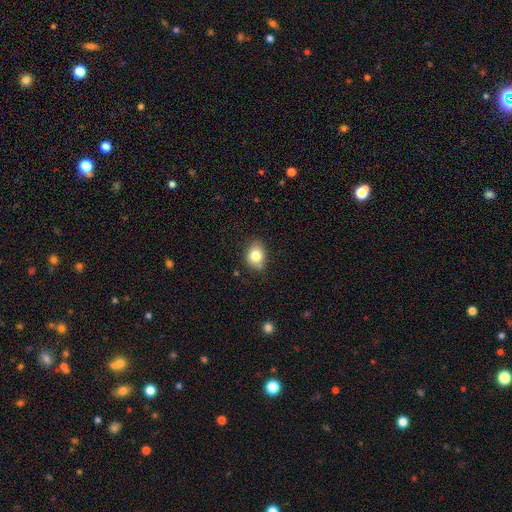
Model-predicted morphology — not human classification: smooth 81%, featured or disk 10%, star or artifact 10%. Down the decision tree: how rounded — in between (54%); merging — none (76%).